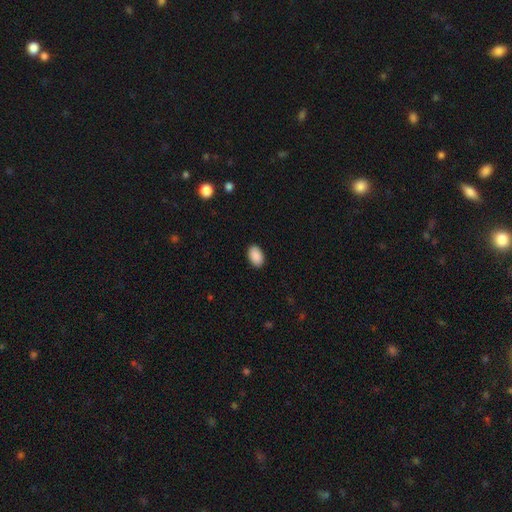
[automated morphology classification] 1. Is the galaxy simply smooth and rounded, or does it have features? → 91% smooth, 7% star or artifact, 2% featured or disk.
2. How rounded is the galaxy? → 91% in between, 8% round, 1% cigar-shaped.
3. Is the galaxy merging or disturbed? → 90% none, 7% minor disturbance, 2% major disturbance, 1% merger.